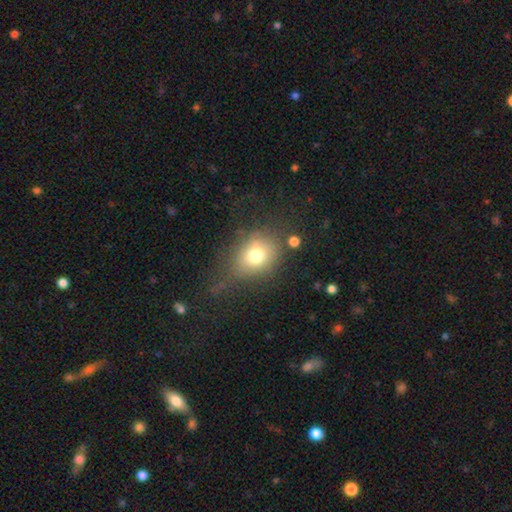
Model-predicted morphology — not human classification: Smooth or featured: smooth — 72% (featured or disk — 16%)
How rounded: in between — 51% (round — 48%)
Merging: none — 53% (minor disturbance — 24%)